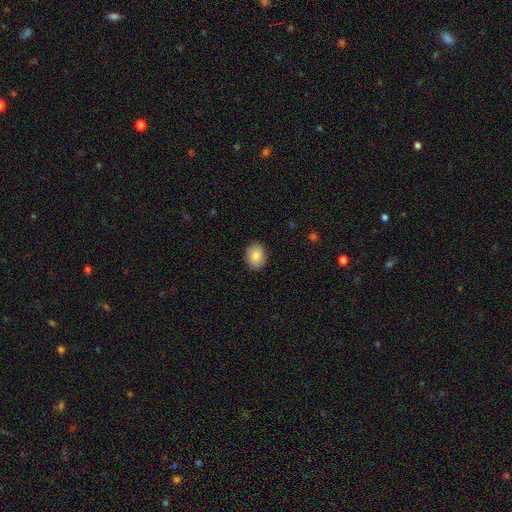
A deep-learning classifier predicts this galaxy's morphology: A smooth galaxy with no disk features (83%) that is in between round and cigar-shaped (57%).

Vote fractions:
- Smooth or featured? smooth: 83% / featured or disk: 9% / star or artifact: 8%
- How rounded? in between: 57% / round: 42% / cigar-shaped: 1%
- Merging? none: 88% / minor disturbance: 9% / major disturbance: 2% / merger: 1%